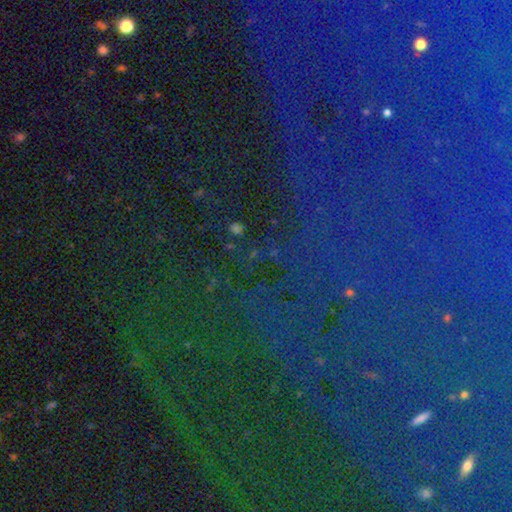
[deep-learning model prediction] Smooth or featured: star or artifact — 86% (smooth — 8%)